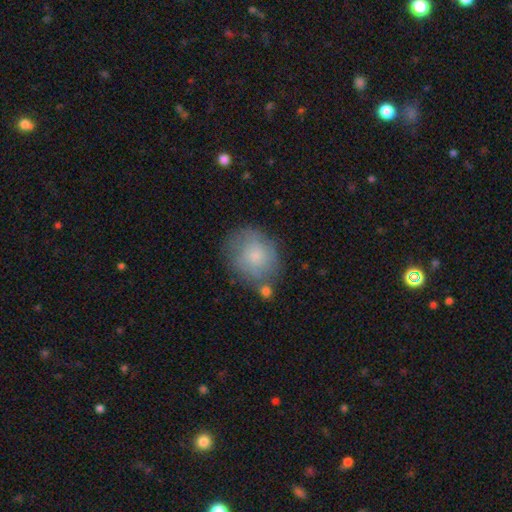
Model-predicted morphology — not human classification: This appears to be a smooth galaxy with no disk features (71%) that is round (64%). Merging: none (62%).